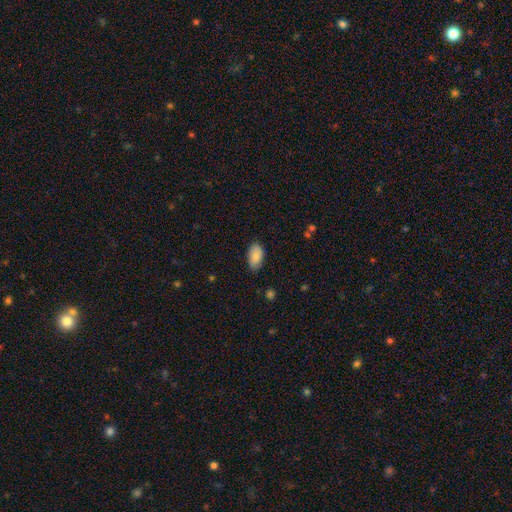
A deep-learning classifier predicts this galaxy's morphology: type=smooth (87%); roundness=in between (94%); merging=none (76%).